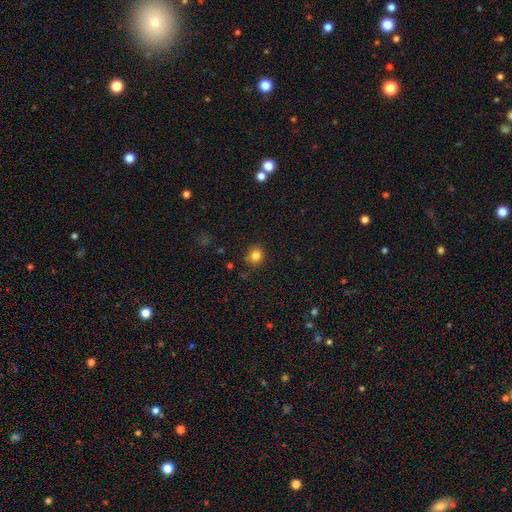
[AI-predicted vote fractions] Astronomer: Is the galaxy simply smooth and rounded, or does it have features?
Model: smooth — 82%.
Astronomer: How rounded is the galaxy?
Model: round — 83%.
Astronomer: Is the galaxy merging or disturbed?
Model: none — 85%.